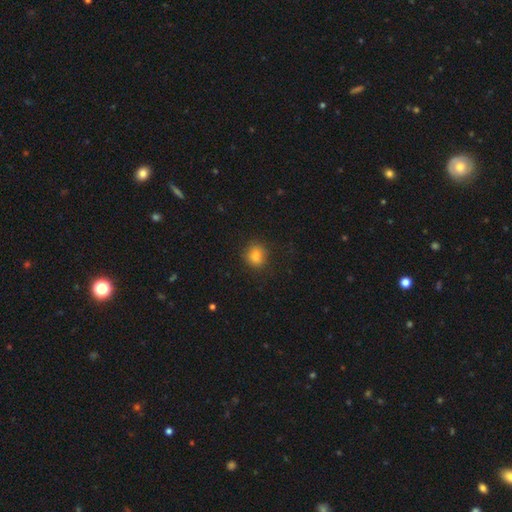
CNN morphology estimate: Smooth or featured? smooth (83%)
How rounded? round (71%)
Merging? none (84%)